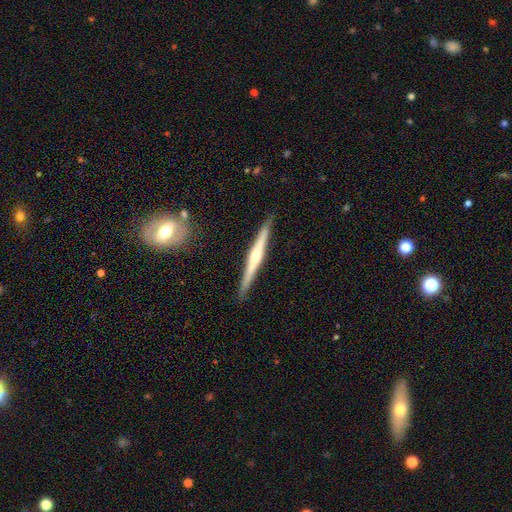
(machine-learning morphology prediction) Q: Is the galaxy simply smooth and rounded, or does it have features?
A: featured or disk — 75%.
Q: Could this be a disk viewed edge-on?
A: yes — 98%.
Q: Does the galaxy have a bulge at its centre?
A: rounded — 85%.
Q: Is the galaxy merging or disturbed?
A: none — 90%.